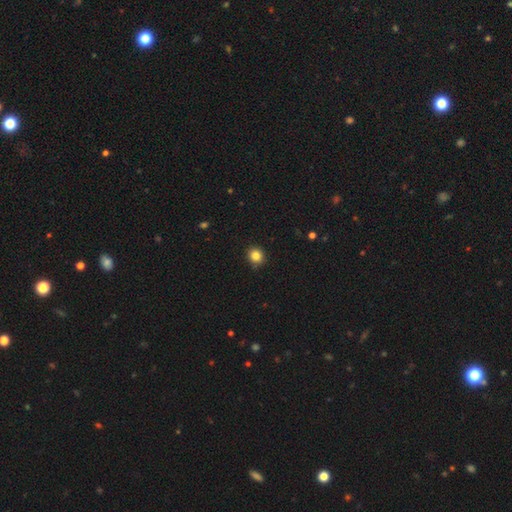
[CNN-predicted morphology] This appears to be a smooth galaxy with no disk features (84%) that is round (85%). Merging: none (89%).